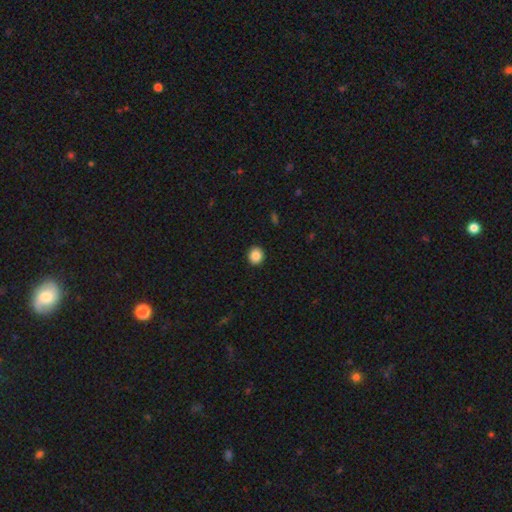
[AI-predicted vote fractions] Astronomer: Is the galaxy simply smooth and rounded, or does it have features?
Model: smooth — 87%.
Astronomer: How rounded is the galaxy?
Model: round — 87%.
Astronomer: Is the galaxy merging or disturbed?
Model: none — 93%.